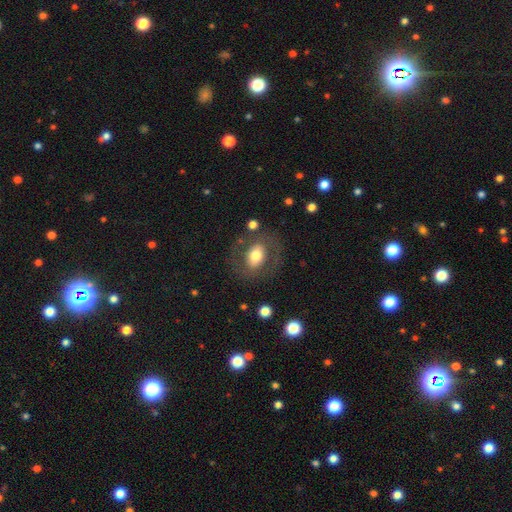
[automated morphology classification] Overall: smooth (52%; featured or disk 41%). How rounded: in between (59%; round 40%). Merging: none (75%).